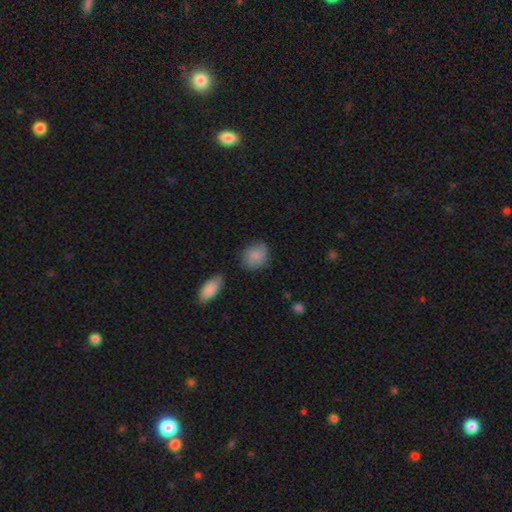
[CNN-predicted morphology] A smooth galaxy with no disk features (87%) that is in between round and cigar-shaped (50%).

Vote fractions:
- Smooth or featured? smooth: 87% / star or artifact: 7% / featured or disk: 6%
- How rounded? in between: 50% / round: 49% / cigar-shaped: 2%
- Merging? none: 74% / minor disturbance: 18% / major disturbance: 4% / merger: 4%